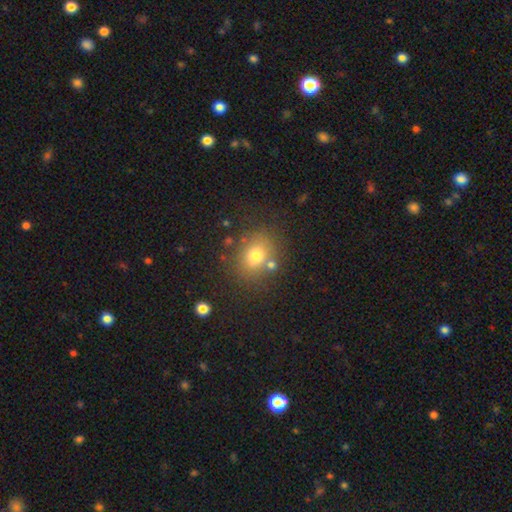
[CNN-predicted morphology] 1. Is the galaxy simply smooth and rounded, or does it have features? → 73% smooth, 14% star or artifact, 13% featured or disk.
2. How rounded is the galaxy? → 60% round, 39% in between, 1% cigar-shaped.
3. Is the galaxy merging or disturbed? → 75% none, 12% minor disturbance, 9% merger, 5% major disturbance.